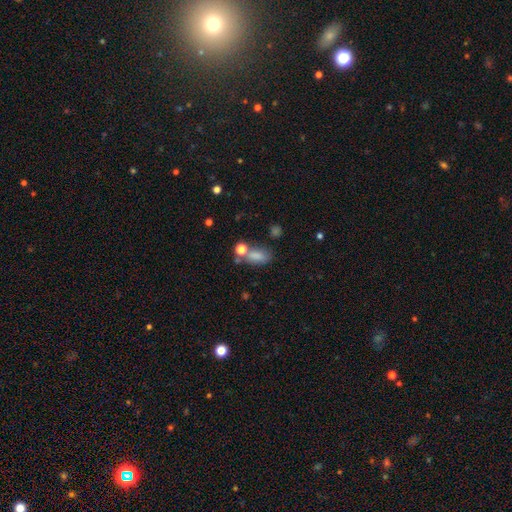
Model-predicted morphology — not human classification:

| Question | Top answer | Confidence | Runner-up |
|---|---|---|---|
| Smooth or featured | smooth | 78% | star or artifact (13%) |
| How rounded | in between | 81% | round (12%) |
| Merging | none | 52% | merger (22%) |